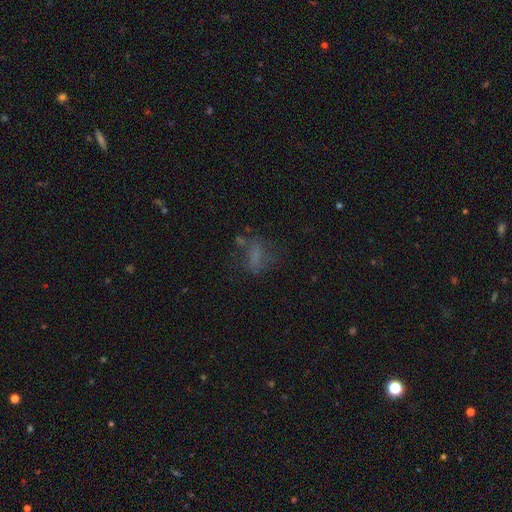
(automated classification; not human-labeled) Smooth or featured? Predicted: smooth (p=0.50). Merging? Predicted: none (p=0.48).